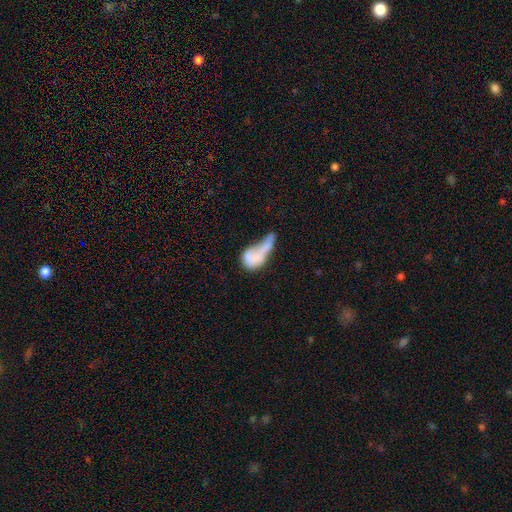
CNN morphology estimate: Smooth or featured? Predicted: smooth (p=0.61). How rounded? Predicted: in between (p=0.69). Merging? Predicted: major disturbance (p=0.39).